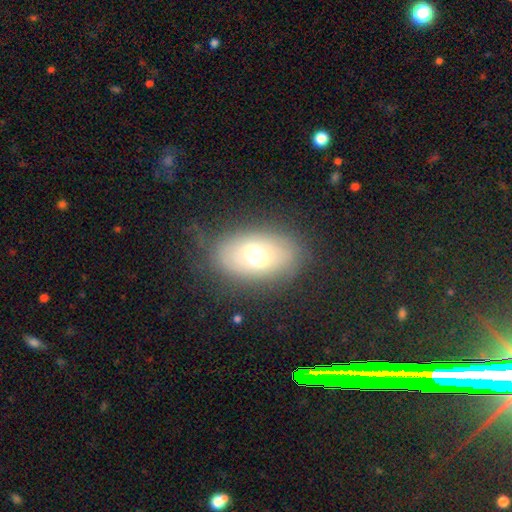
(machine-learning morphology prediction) Smooth or featured?
  - featured or disk: 47% *
  - smooth: 43%
  - star or artifact: 10%
Merging?
  - none: 73% *
  - minor disturbance: 18%
  - major disturbance: 8%
  - merger: 1%